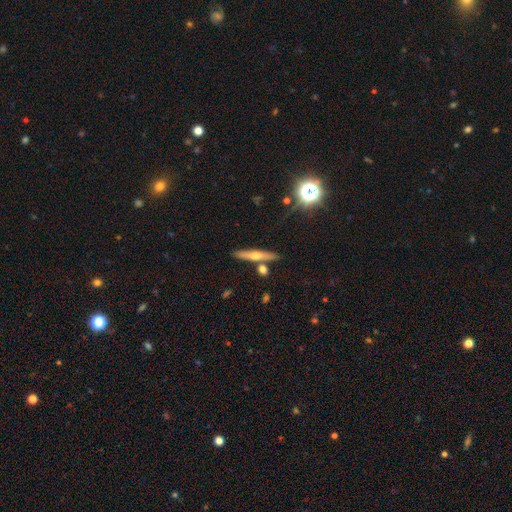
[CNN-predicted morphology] Smooth or featured?
  - featured or disk: 49% *
  - smooth: 43%
  - star or artifact: 8%
Merging?
  - none: 80% *
  - merger: 9%
  - minor disturbance: 9%
  - major disturbance: 2%